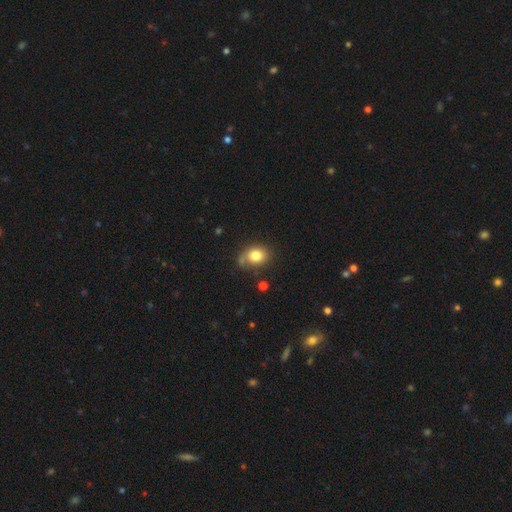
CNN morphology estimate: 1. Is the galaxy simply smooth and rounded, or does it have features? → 80% smooth, 10% featured or disk, 10% star or artifact.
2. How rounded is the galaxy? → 52% in between, 47% round, 1% cigar-shaped.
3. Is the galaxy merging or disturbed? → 64% none, 21% minor disturbance, 8% merger, 6% major disturbance.